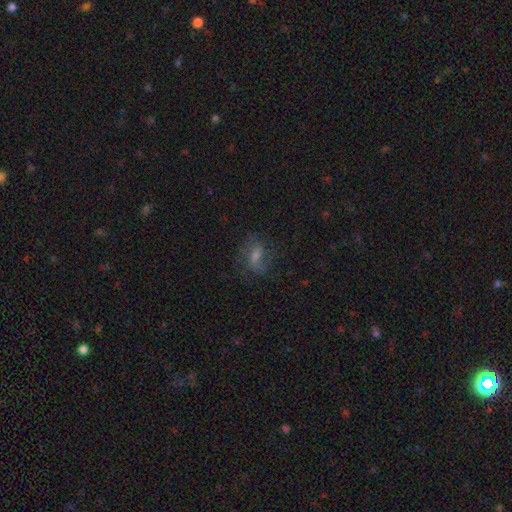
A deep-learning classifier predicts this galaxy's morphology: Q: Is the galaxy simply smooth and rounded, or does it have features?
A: featured or disk — 55%.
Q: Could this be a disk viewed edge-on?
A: no — 93%.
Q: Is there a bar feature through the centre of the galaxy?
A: weak — 49%.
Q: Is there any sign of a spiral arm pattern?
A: yes — 84%.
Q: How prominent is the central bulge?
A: moderate — 45%.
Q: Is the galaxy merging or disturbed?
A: none — 68%.